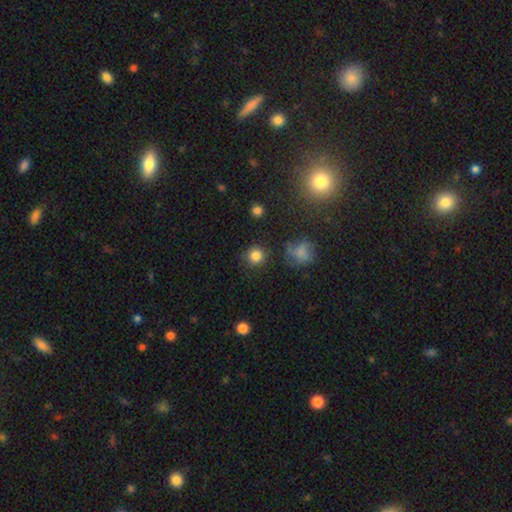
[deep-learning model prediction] Overall: smooth (83%). How rounded: round (93%). Merging: none (85%).